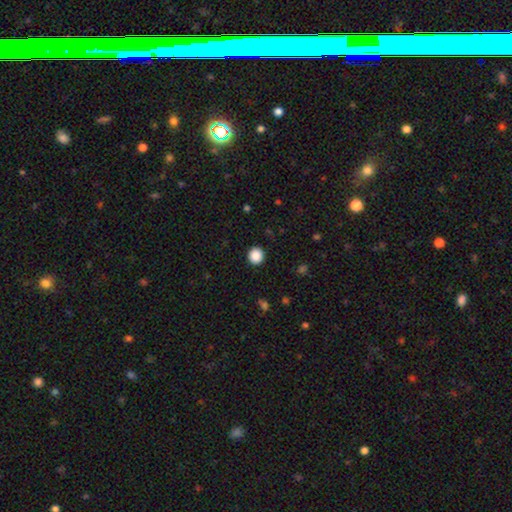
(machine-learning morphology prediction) Smooth or featured: smooth — 88% (star or artifact — 9%)
How rounded: round — 92% (in between — 7%)
Merging: none — 92% (minor disturbance — 5%)